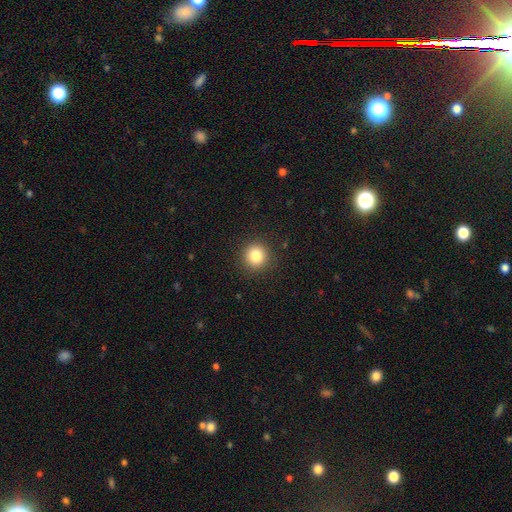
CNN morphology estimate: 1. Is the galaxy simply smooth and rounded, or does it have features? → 83% smooth, 11% star or artifact, 6% featured or disk.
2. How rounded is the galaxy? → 93% round, 6% in between, 1% cigar-shaped.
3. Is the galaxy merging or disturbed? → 91% none, 6% minor disturbance, 2% major disturbance, 1% merger.